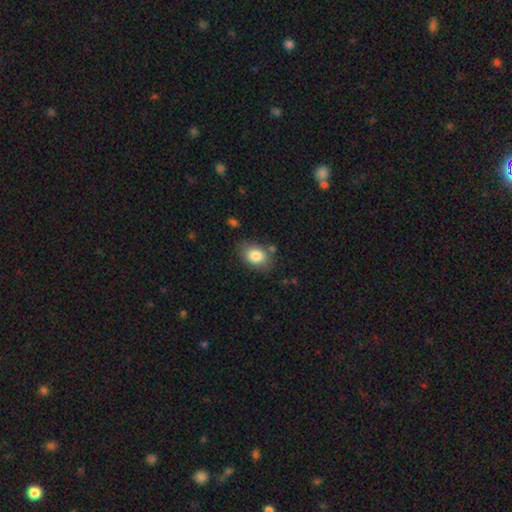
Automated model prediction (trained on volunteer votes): Smooth or featured?
  - smooth: 83% *
  - featured or disk: 9%
  - star or artifact: 8%
How rounded?
  - in between: 77% *
  - round: 22%
  - cigar-shaped: 1%
Merging?
  - none: 76% *
  - minor disturbance: 16%
  - major disturbance: 4%
  - merger: 4%